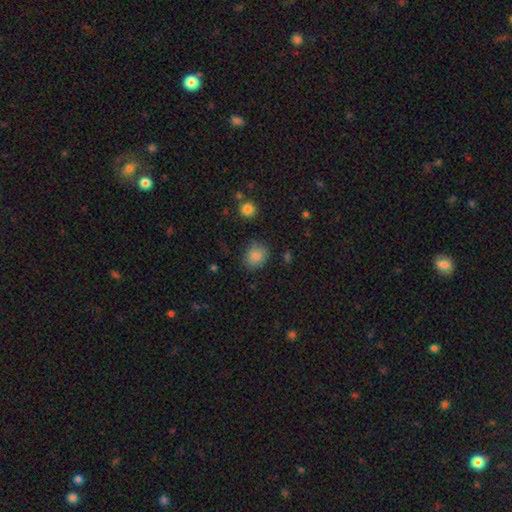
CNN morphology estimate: Overall: smooth (85%). How rounded: round (65%; in between 34%). Merging: none (79%).